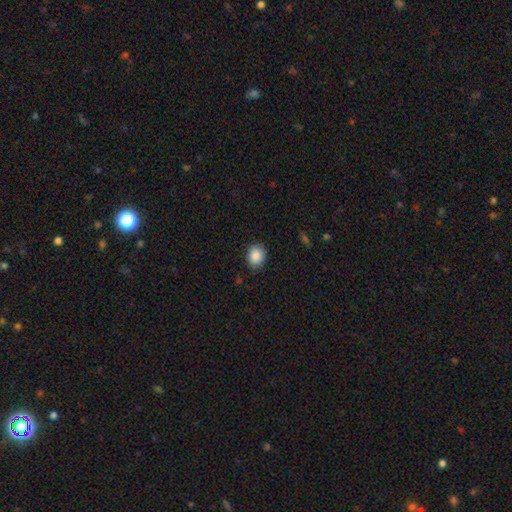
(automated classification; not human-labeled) smooth 88%, star or artifact 8%, featured or disk 4%. Down the decision tree: how rounded — round (57%); merging — none (86%).